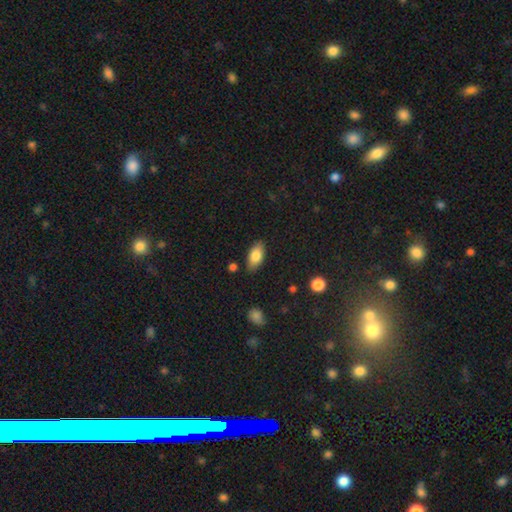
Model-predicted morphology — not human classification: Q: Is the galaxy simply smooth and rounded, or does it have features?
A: smooth — 80%.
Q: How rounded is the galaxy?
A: in between — 90%.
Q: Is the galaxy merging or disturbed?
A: none — 84%.